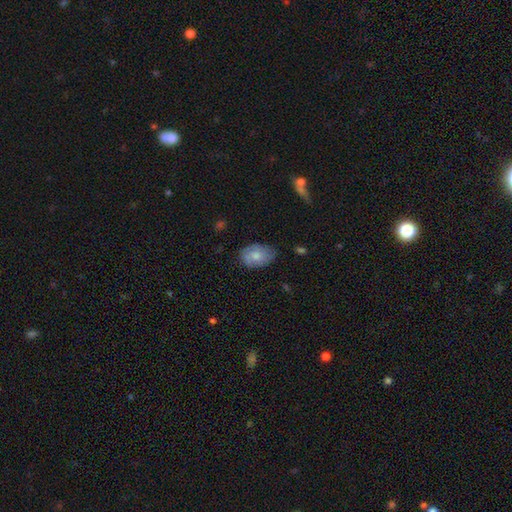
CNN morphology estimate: Smooth or featured: smooth — 75% (featured or disk — 19%)
How rounded: in between — 84% (round — 15%)
Merging: none — 72% (minor disturbance — 22%)